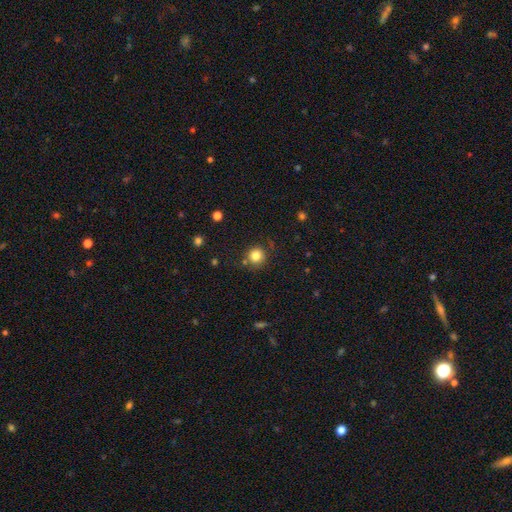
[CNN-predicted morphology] smooth_or_featured: smooth (p=0.82) [alt: star or artifact p=0.12]
how_rounded: round (p=0.92) [alt: in between p=0.07]
merging: none (p=0.80) [alt: minor disturbance p=0.11]